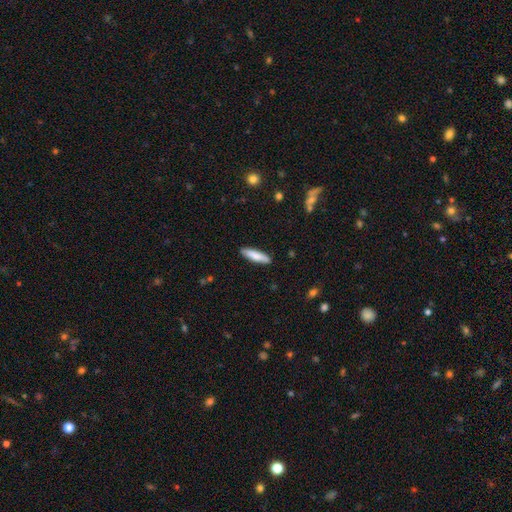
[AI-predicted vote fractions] A smooth galaxy with no disk features (81%) that is cigar-shaped (76%).

Vote fractions:
- Smooth or featured? smooth: 81% / featured or disk: 13% / star or artifact: 6%
- How rounded? cigar-shaped: 76% / in between: 22% / round: 1%
- Merging? none: 88% / minor disturbance: 9% / major disturbance: 2% / merger: 1%